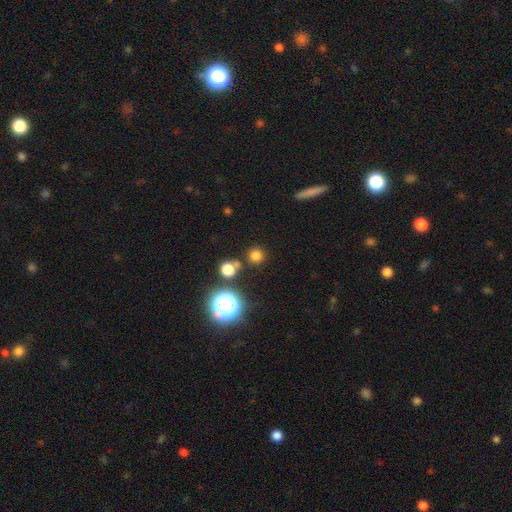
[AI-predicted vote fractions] Q: Smooth or featured?
A: smooth (73%); runner-up: star or artifact (21%)
Q: How rounded?
A: round (93%); runner-up: in between (6%)
Q: Merging?
A: none (81%); runner-up: merger (9%)